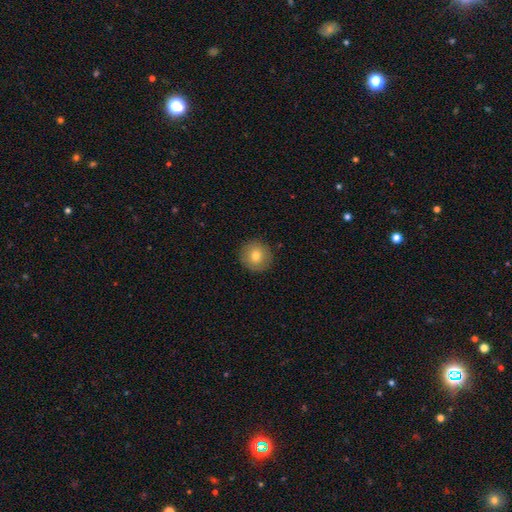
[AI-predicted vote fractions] A smooth galaxy with no disk features (78%) that is round (94%).

Vote fractions:
- Smooth or featured? smooth: 78% / featured or disk: 13% / star or artifact: 9%
- How rounded? round: 94% / in between: 5% / cigar-shaped: 1%
- Merging? none: 91% / minor disturbance: 7% / major disturbance: 2% / merger: 1%